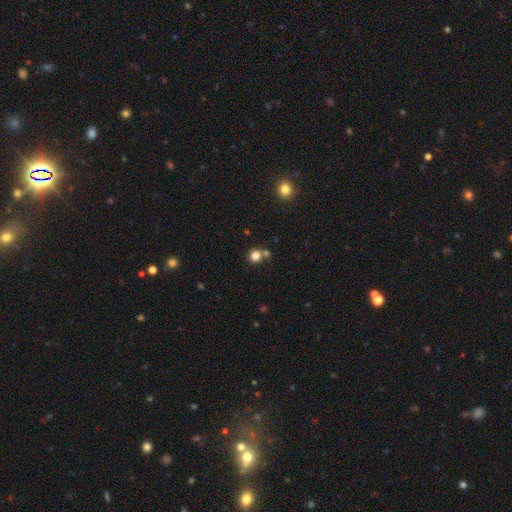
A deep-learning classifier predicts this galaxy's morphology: This appears to be a smooth galaxy with no disk features (81%) that is round (88%). Merging: none (65%).